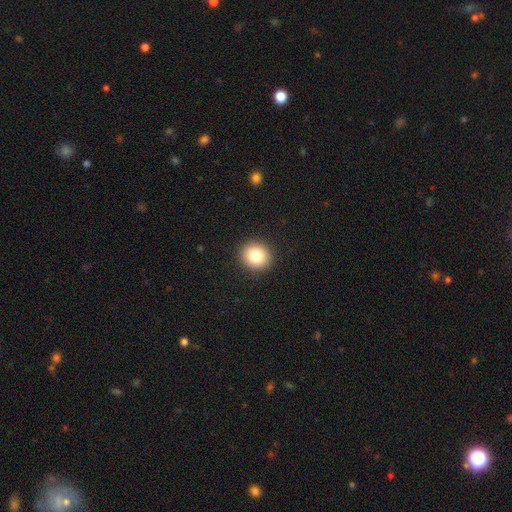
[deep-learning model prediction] Q: Smooth or featured?
A: smooth (81%); runner-up: star or artifact (10%)
Q: How rounded?
A: round (88%); runner-up: in between (12%)
Q: Merging?
A: none (92%); runner-up: minor disturbance (5%)